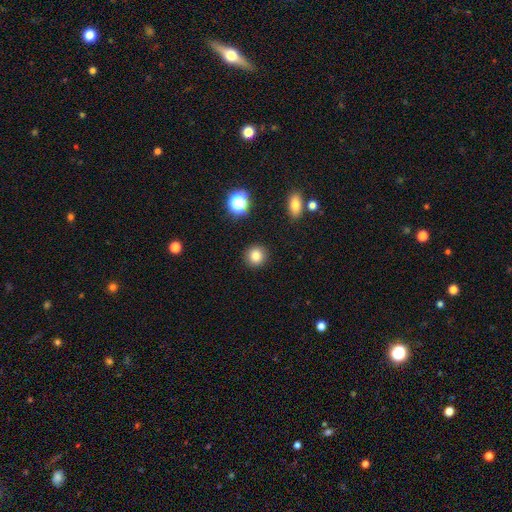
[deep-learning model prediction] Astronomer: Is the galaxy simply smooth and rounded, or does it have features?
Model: smooth — 82%.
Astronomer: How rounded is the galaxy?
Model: round — 92%.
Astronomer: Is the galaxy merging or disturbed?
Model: none — 91%.